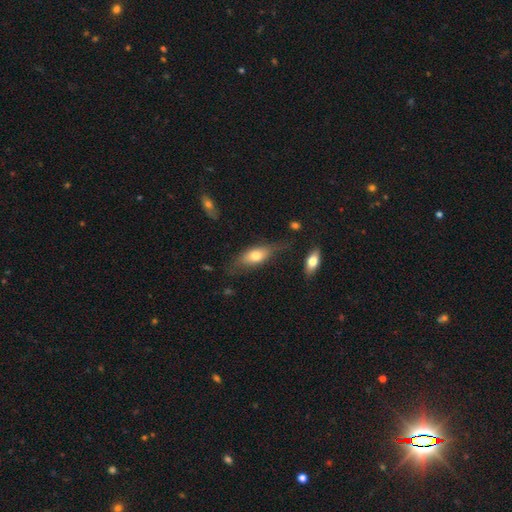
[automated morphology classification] Smooth or featured? Predicted: smooth (p=0.68). How rounded? Predicted: in between (p=0.77). Merging? Predicted: none (p=0.61).